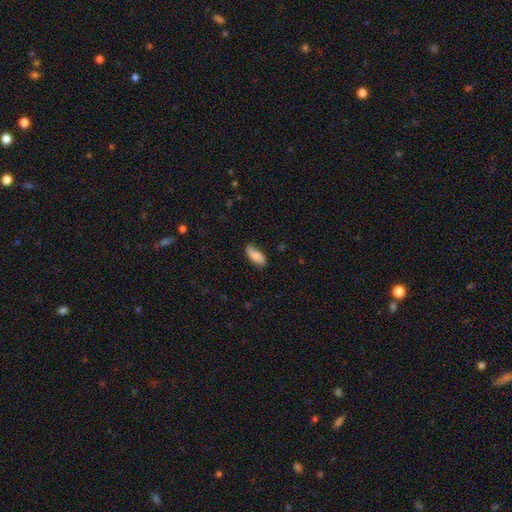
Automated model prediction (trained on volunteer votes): smooth 74%, featured or disk 19%, star or artifact 7%. Down the decision tree: how rounded — in between (85%); merging — none (69%).